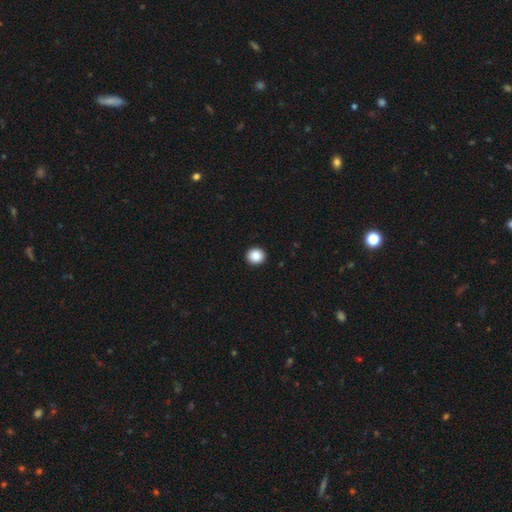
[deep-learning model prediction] smooth-or-featured: smooth: 86% | star or artifact: 9% | featured or disk: 5%
  how-rounded: round: 92% | in between: 7% | cigar-shaped: 1%
  merging: none: 94% | minor disturbance: 4% | major disturbance: 1% | merger: 1%